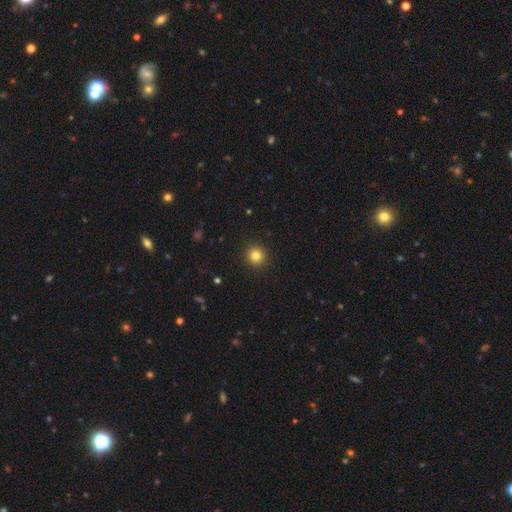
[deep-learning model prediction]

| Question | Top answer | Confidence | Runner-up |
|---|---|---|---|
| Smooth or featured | smooth | 83% | star or artifact (12%) |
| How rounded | round | 95% | in between (4%) |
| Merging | none | 93% | minor disturbance (5%) |